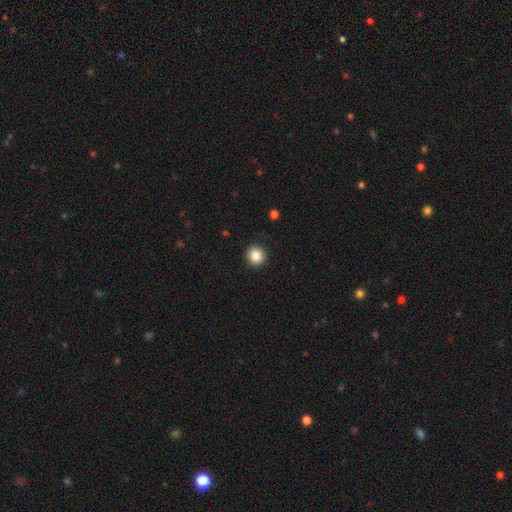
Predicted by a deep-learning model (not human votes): A smooth galaxy with no disk features (85%) that is round (92%). Merging: none (92%).